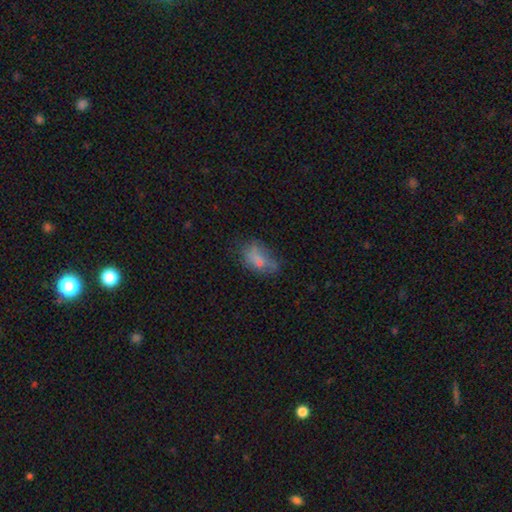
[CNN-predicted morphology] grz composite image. It shows a smooth galaxy with no disk features (63%) that is in between round and cigar-shaped (87%). Merging: none (42%).